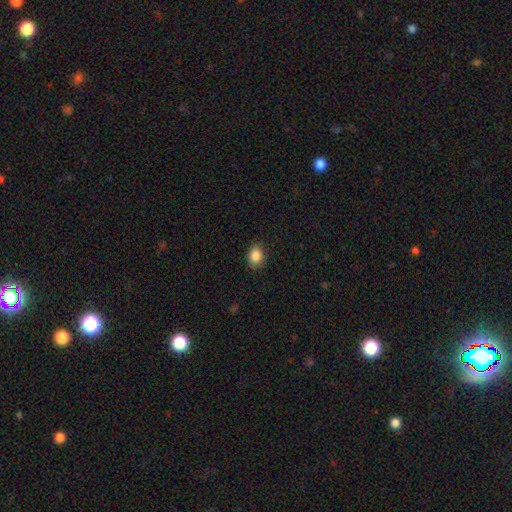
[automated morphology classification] Overall: smooth (87%). How rounded: in between (62%; round 37%). Merging: none (87%).